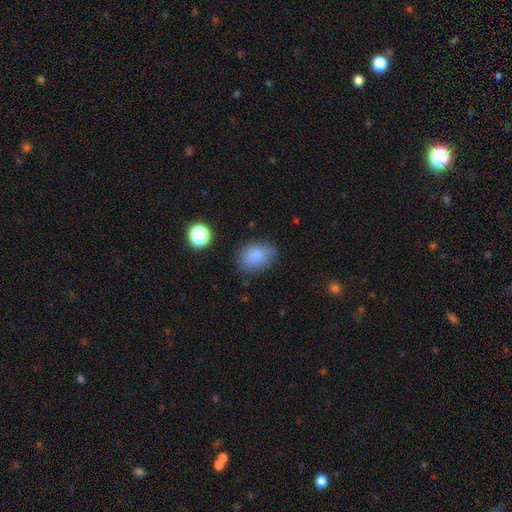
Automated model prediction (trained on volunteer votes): A smooth galaxy with no disk features (84%) that is in between round and cigar-shaped (75%). Merging: none (77%).